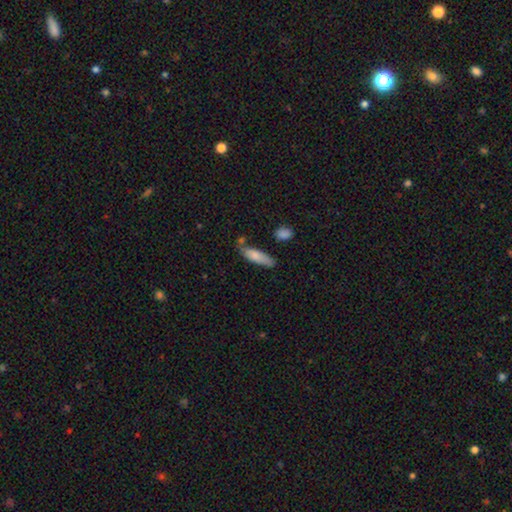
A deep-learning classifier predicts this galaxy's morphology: A smooth galaxy with no disk features (80%) that is cigar-shaped (55%). Merging: none (61%).